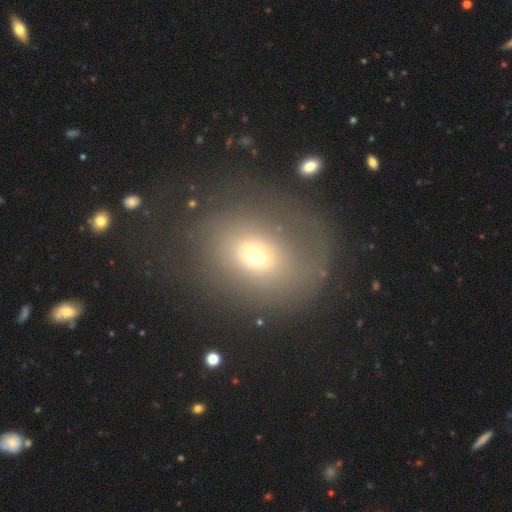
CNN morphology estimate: type=smooth (60%); roundness=round (60%); merging=none (55%).